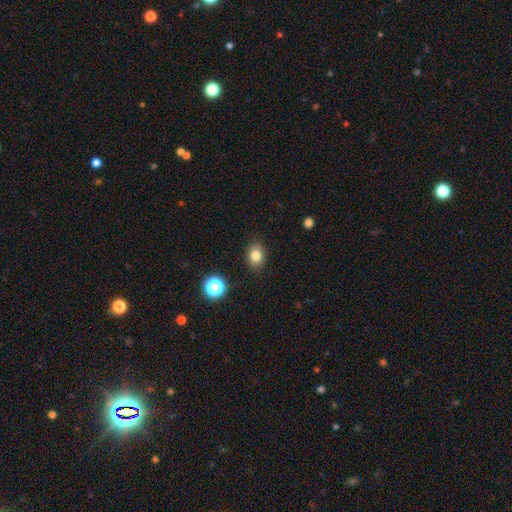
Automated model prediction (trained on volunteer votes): Smooth or featured? smooth (81%)
How rounded? in between (61%)
Merging? none (87%)